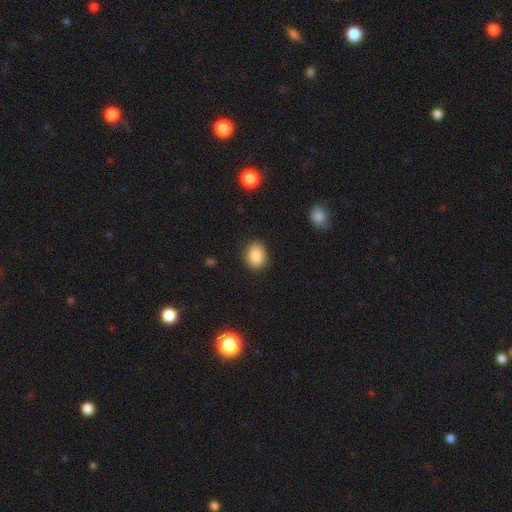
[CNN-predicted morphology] smooth-or-featured: smooth: 86% | star or artifact: 8% | featured or disk: 5%
  how-rounded: in between: 51% | round: 48% | cigar-shaped: 1%
  merging: none: 86% | minor disturbance: 10% | major disturbance: 2% | merger: 1%